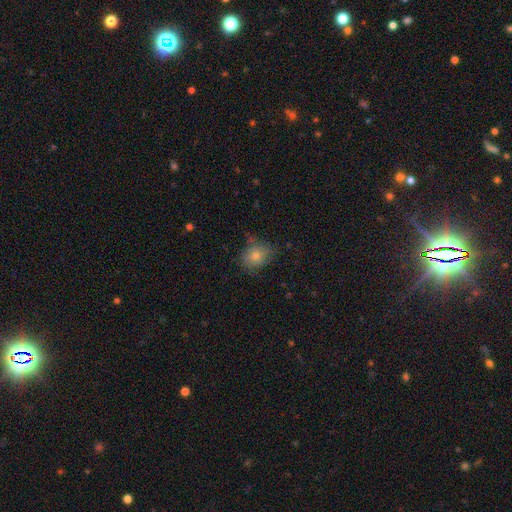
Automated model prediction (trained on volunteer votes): Smooth or featured?
  - smooth: 78% *
  - featured or disk: 12%
  - star or artifact: 10%
How rounded?
  - round: 61% *
  - in between: 38%
  - cigar-shaped: 1%
Merging?
  - none: 67% *
  - minor disturbance: 24%
  - major disturbance: 7%
  - merger: 3%